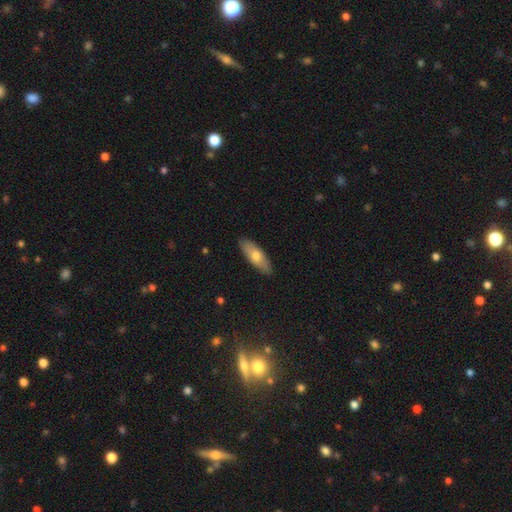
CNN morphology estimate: smooth_or_featured: smooth (p=0.67) [alt: featured or disk p=0.28]
how_rounded: in between (p=0.62) [alt: cigar-shaped p=0.35]
merging: none (p=0.88) [alt: minor disturbance p=0.09]